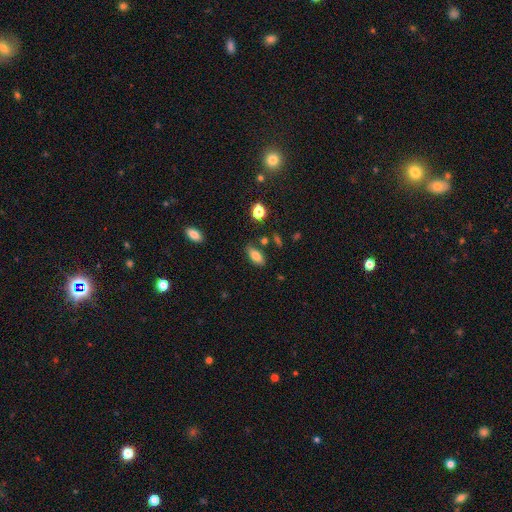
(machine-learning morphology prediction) Smooth or featured? smooth (77%)
How rounded? in between (83%)
Merging? none (79%)